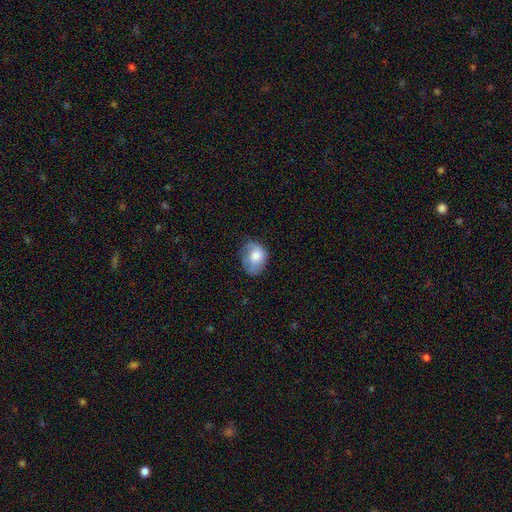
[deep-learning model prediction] Smooth or featured? smooth (71%)
How rounded? in between (69%)
Merging? none (52%)